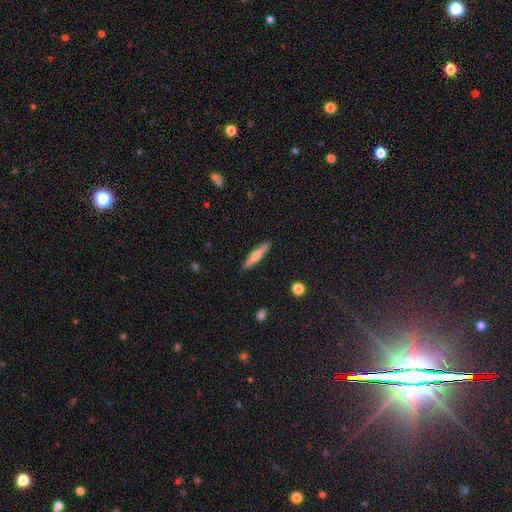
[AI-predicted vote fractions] This is possibly a smooth galaxy (56%). How rounded: clearly cigar-shaped (90%). Merging: clearly none (89%).